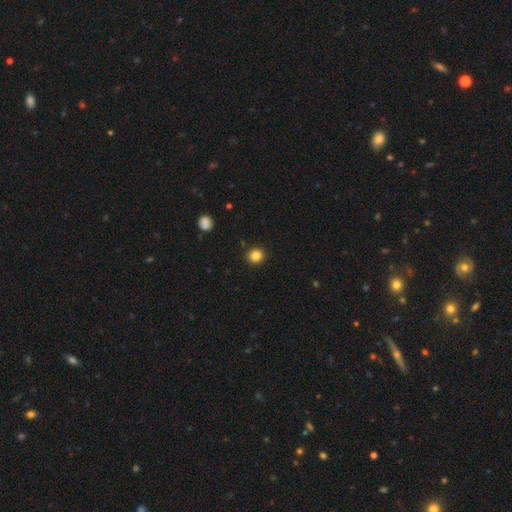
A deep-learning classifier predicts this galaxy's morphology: smooth_or_featured: smooth (p=0.84) [alt: star or artifact p=0.12]
how_rounded: round (p=0.87) [alt: in between p=0.12]
merging: none (p=0.91) [alt: minor disturbance p=0.06]